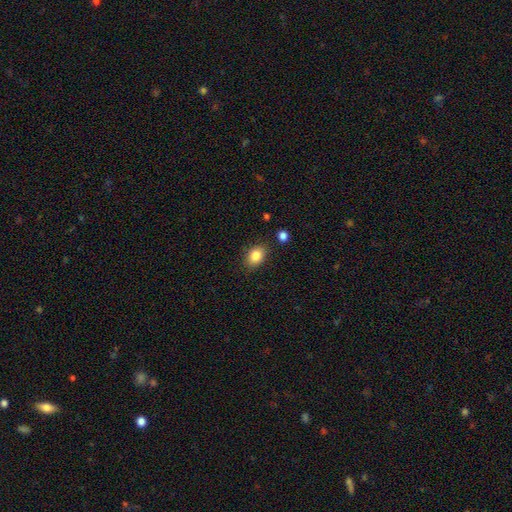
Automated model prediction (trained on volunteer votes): Morphology: type=smooth (85%); roundness=in between (71%); merging=none (83%).